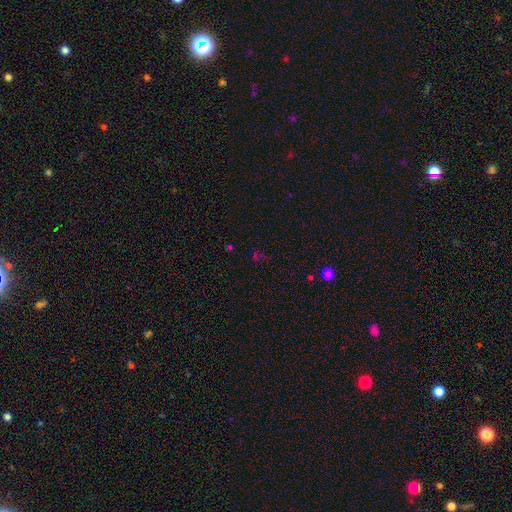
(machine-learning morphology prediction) star or artifact 59%, smooth 32%, featured or disk 9%.